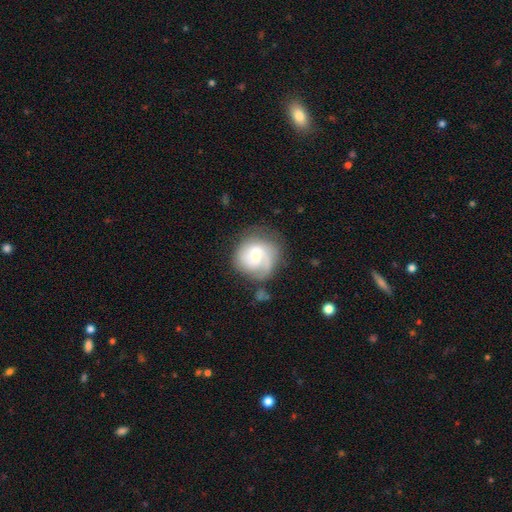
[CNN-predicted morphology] A featured or disk galaxy (68%) with a weak bar (50%), 2 (48%) medium (42%) spiral arms (90%) and a small central bulge (50%).

Vote fractions:
- Smooth or featured? featured or disk: 68% / smooth: 25% / star or artifact: 6%
- Edge-on disk? no: 98% / yes: 2%
- Bar? weak: 50% / no: 40% / strong: 10%
- Spiral arms? yes: 90% / no: 10%
- Spiral winding? medium: 42% / tight: 38% / loose: 20%
- Spiral arm count? 2: 48% / 1: 22% / can't tell: 18% / 3: 8% / 4: 2% / more than 4: 2%
- Bulge size? small: 50% / moderate: 38% / none: 6% / large: 6% / dominant: 1%
- Merging? none: 62% / minor disturbance: 20% / major disturbance: 14% / merger: 4%